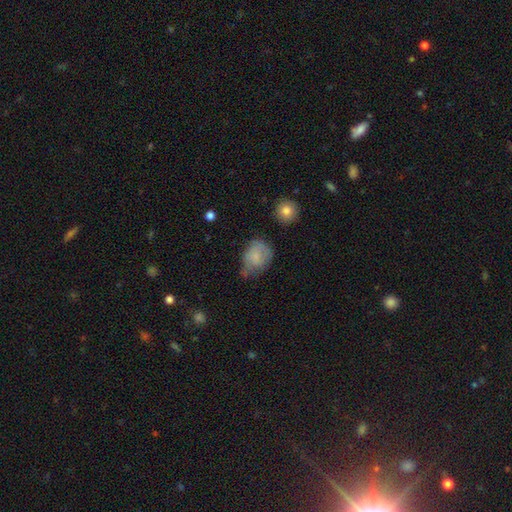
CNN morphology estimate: smooth_or_featured: smooth (p=0.69) [alt: featured or disk p=0.22]
how_rounded: in between (p=0.58) [alt: round p=0.41]
merging: minor disturbance (p=0.39) [tied with: none p=0.39]